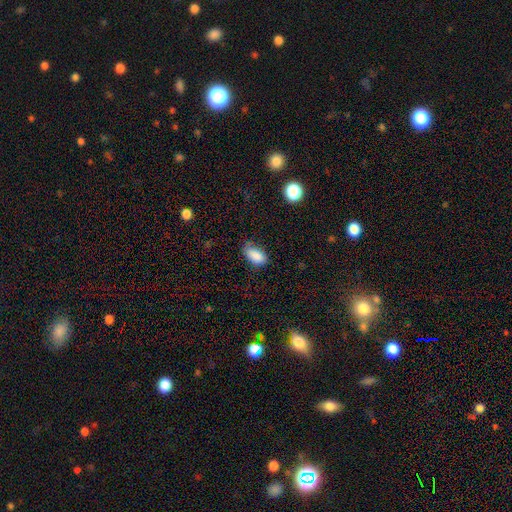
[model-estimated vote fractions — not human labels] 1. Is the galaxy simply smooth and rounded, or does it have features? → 86% smooth, 8% star or artifact, 6% featured or disk.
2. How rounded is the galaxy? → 93% in between, 5% round, 2% cigar-shaped.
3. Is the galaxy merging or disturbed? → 60% none, 31% minor disturbance, 7% major disturbance, 2% merger.